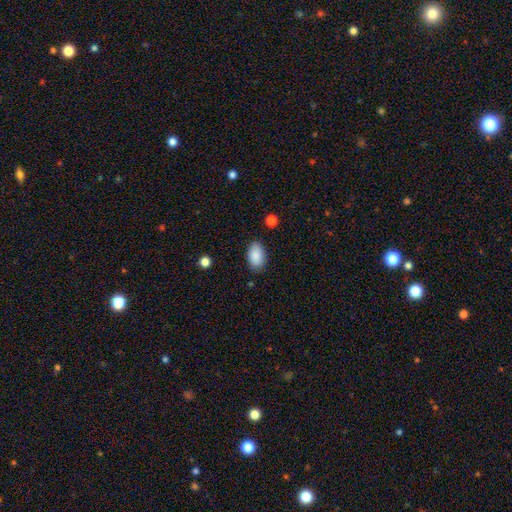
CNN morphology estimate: Smooth or featured? Predicted: smooth (p=0.89). How rounded? Predicted: in between (p=0.94). Merging? Predicted: none (p=0.85).